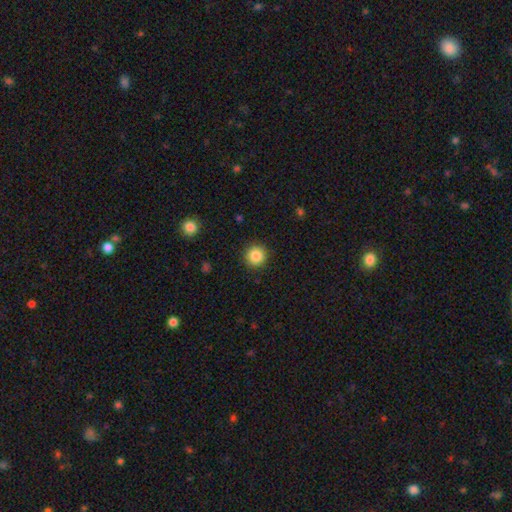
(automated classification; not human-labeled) This is clearly a smooth galaxy (86%). How rounded: clearly round (95%). Merging: clearly none (91%).